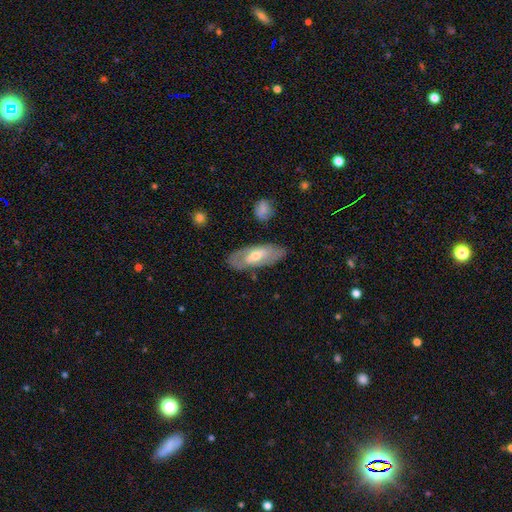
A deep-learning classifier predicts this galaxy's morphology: Smooth or featured: featured or disk — 57% (smooth — 37%)
Edge-on disk: no — 82% (yes — 18%)
Merging: none — 79% (minor disturbance — 14%)